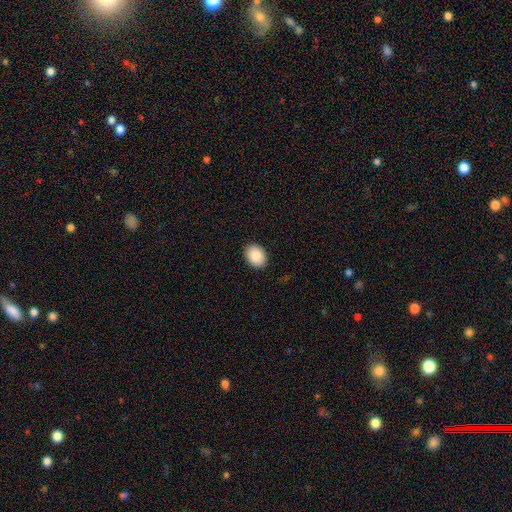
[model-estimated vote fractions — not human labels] Q: Smooth or featured?
A: smooth (89%); runner-up: star or artifact (7%)
Q: How rounded?
A: in between (72%); runner-up: round (27%)
Q: Merging?
A: none (90%); runner-up: minor disturbance (7%)